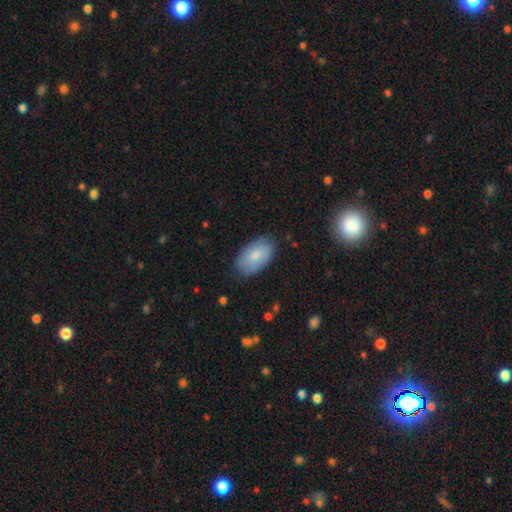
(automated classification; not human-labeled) Smooth or featured? smooth (78%)
How rounded? in between (95%)
Merging? none (81%)